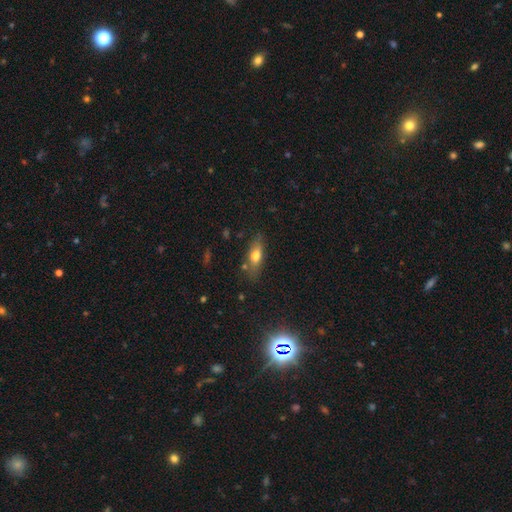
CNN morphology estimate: smooth 68%, featured or disk 23%, star or artifact 9%. Down the decision tree: how rounded — in between (68%); merging — none (73%).